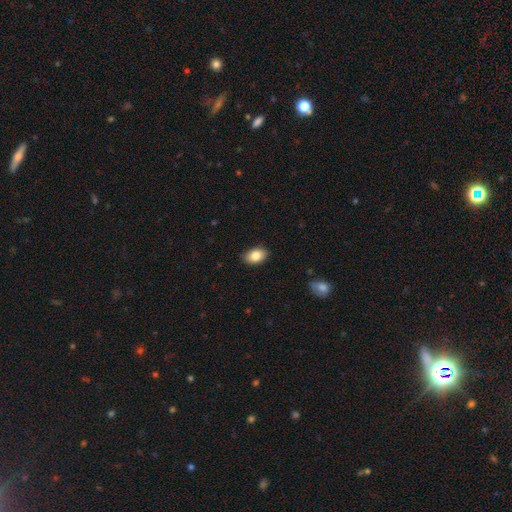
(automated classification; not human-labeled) A smooth galaxy with no disk features (84%) that is in between round and cigar-shaped (87%).

Vote fractions:
- Smooth or featured? smooth: 84% / featured or disk: 8% / star or artifact: 7%
- How rounded? in between: 87% / round: 12% / cigar-shaped: 1%
- Merging? none: 87% / minor disturbance: 10% / major disturbance: 2% / merger: 1%